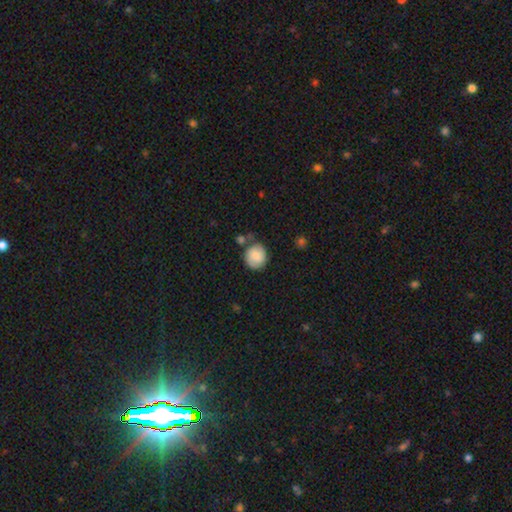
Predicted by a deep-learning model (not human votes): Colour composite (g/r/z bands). It shows a smooth galaxy with no disk features (81%) that is round (81%). Merging: none (66%).